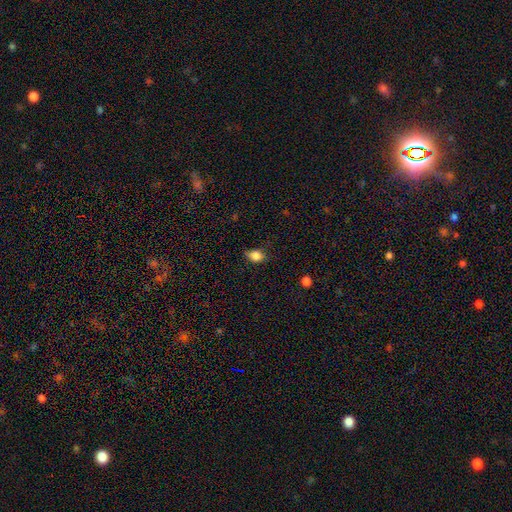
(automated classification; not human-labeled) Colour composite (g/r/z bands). It shows a smooth galaxy with no disk features (85%) that is in between round and cigar-shaped (58%). Merging: none (65%).